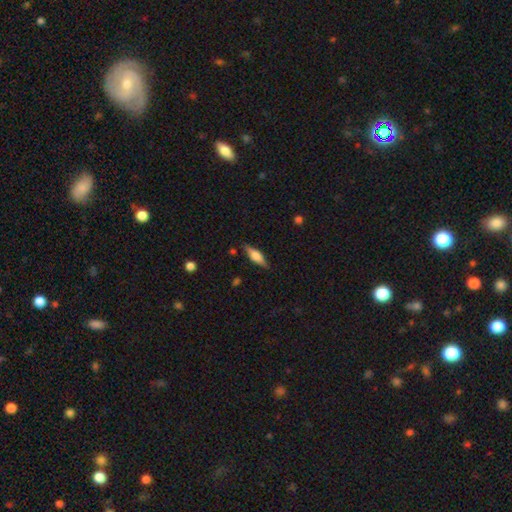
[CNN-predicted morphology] The model was most divided on "smooth or featured": smooth: 49%, featured or disk: 44%, star or artifact: 7%. More confident: merging — none (84%).